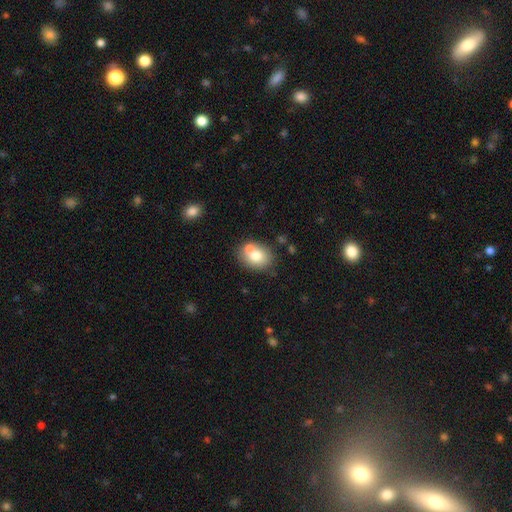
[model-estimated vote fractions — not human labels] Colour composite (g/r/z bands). It shows a smooth galaxy with no disk features (71%) that is round (51%). Merging: none (55%).